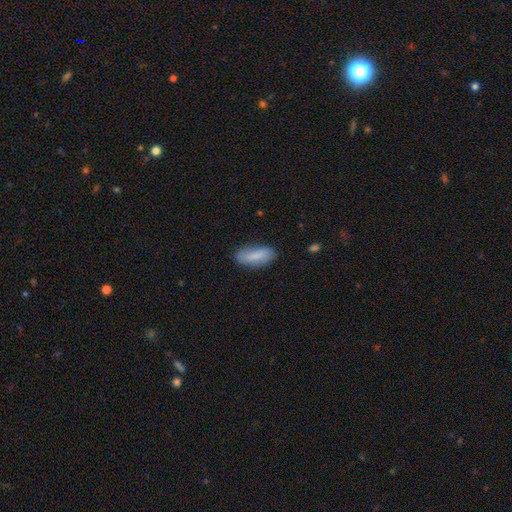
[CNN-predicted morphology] This is clearly a smooth galaxy (81%). How rounded: likely in between (74%). Merging: likely none (77%).